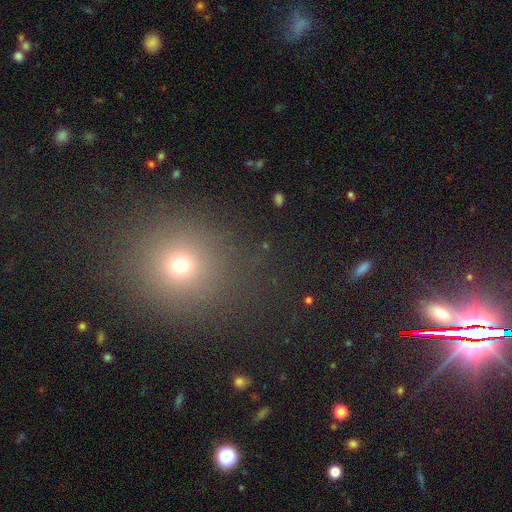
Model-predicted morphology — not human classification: A smooth galaxy with no disk features (50%) that is round (89%). Merging: none (89%).